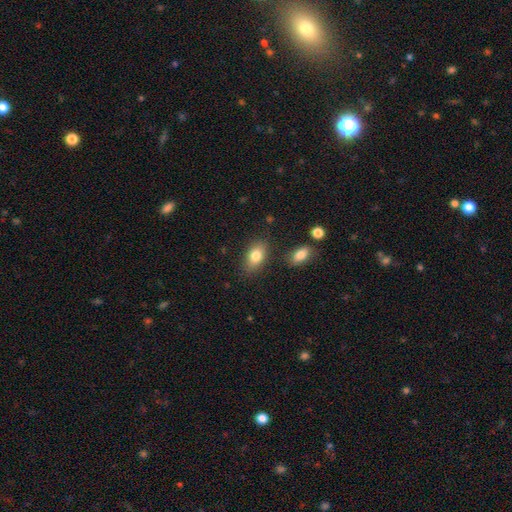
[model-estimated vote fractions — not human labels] smooth-or-featured: smooth: 81% | featured or disk: 11% | star or artifact: 8%
  how-rounded: in between: 89% | round: 8% | cigar-shaped: 3%
  merging: none: 81% | minor disturbance: 12% | merger: 4% | major disturbance: 3%